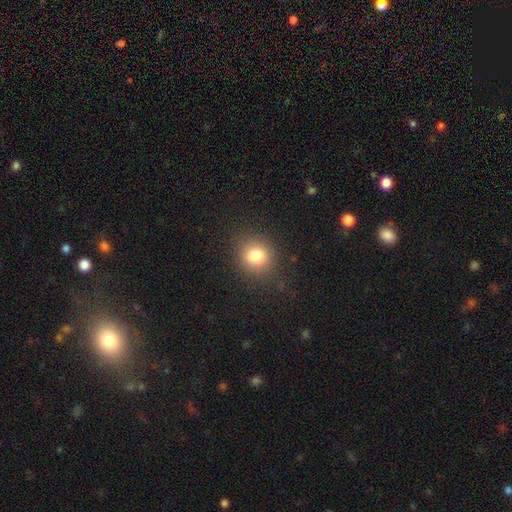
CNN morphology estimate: type=smooth (80%); roundness=round (81%); merging=none (86%).